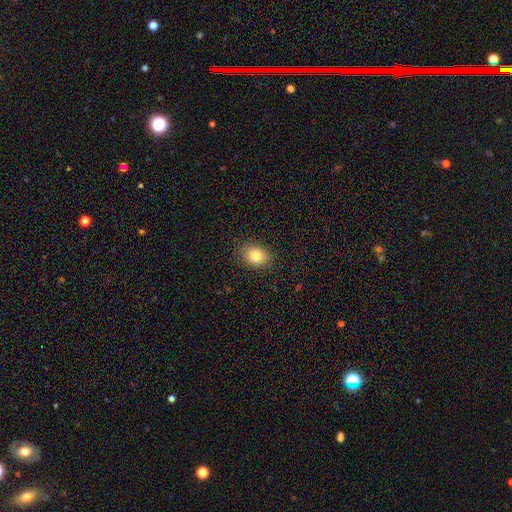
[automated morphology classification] A smooth galaxy with no disk features (81%) that is in between round and cigar-shaped (70%). Merging: none (86%).